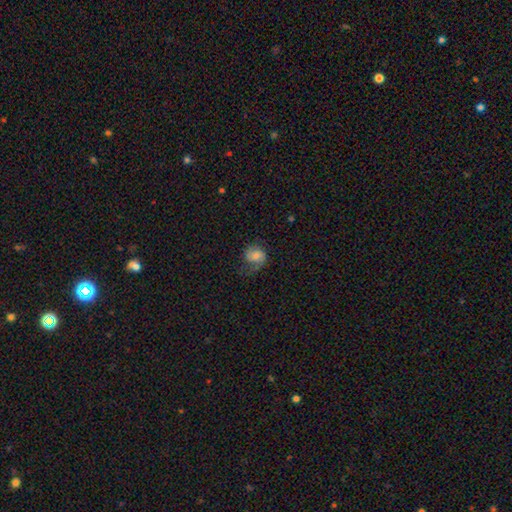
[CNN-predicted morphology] smooth_or_featured: smooth (p=0.50) [alt: featured or disk p=0.41]
merging: none (p=0.48) [alt: minor disturbance p=0.26]